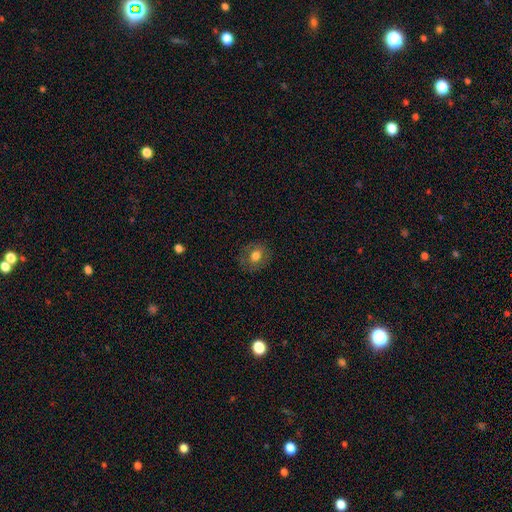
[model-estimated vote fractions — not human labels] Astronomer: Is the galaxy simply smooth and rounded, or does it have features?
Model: smooth — 71%.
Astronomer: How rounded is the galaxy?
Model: round — 67%.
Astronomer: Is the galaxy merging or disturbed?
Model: none — 83%.